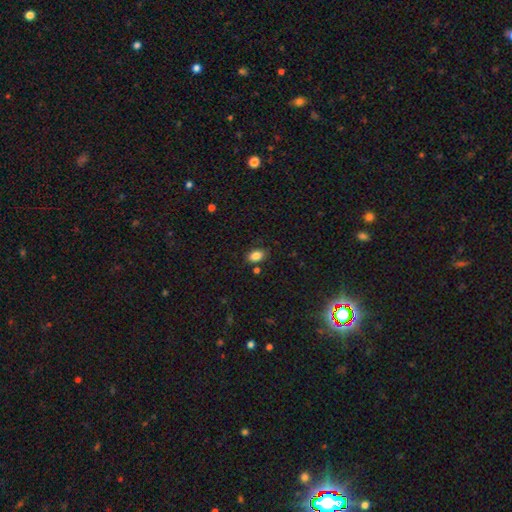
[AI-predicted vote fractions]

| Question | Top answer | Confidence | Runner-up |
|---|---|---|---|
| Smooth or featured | smooth | 85% | star or artifact (10%) |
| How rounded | in between | 86% | round (12%) |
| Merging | none | 82% | minor disturbance (11%) |